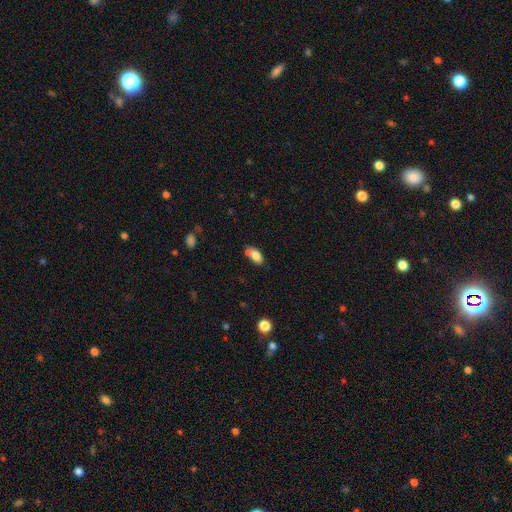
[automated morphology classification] Smooth or featured: smooth — 80% (featured or disk — 12%)
How rounded: in between — 90% (round — 6%)
Merging: none — 50% (merger — 22%)